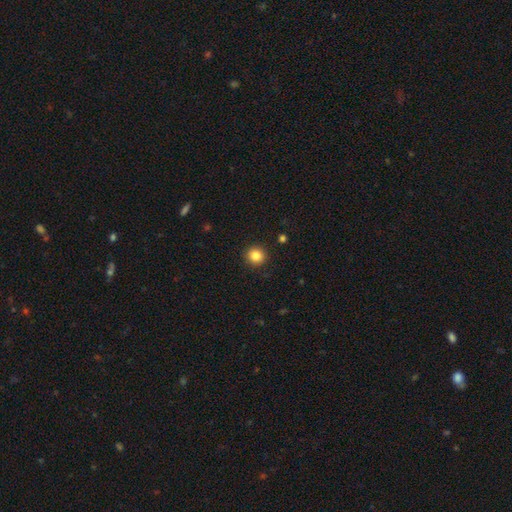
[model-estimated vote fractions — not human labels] Smooth or featured?
  - smooth: 85% *
  - star or artifact: 11%
  - featured or disk: 5%
How rounded?
  - round: 94% *
  - in between: 6%
  - cigar-shaped: 1%
Merging?
  - none: 92% *
  - minor disturbance: 5%
  - major disturbance: 2%
  - merger: 1%